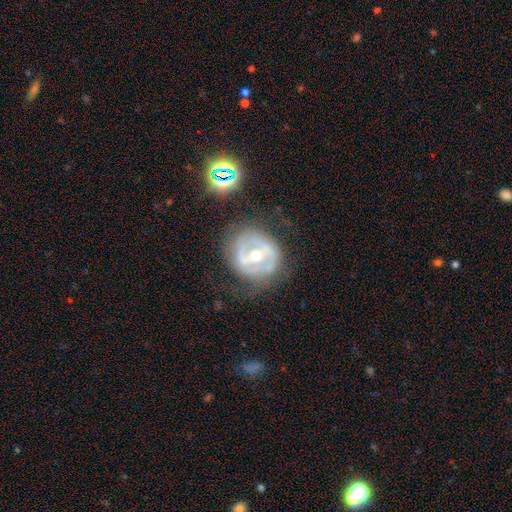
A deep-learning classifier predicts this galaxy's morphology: This appears to be a featured or disk galaxy (80%) with a strong bar (50%), spiral arms (58%) and a moderate central bulge (62%). Merging: none (64%).